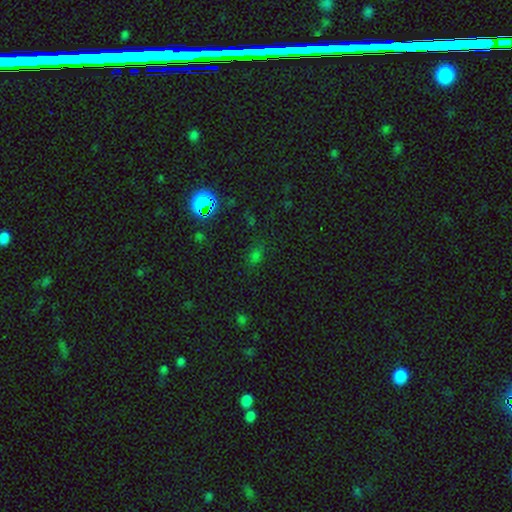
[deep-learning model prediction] smooth-or-featured: smooth: 48% | star or artifact: 45% | featured or disk: 7%
  merging: none: 73% | minor disturbance: 15% | major disturbance: 7% | merger: 4%